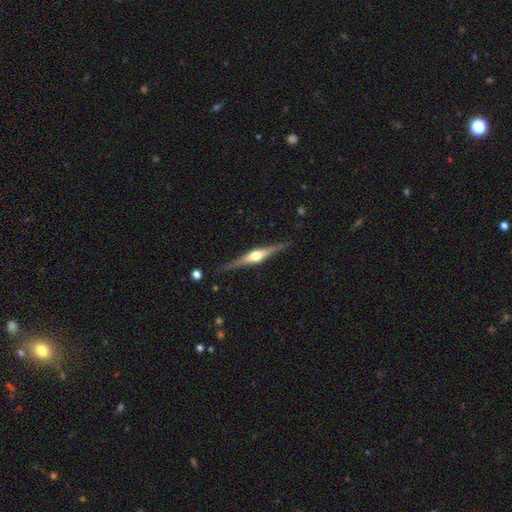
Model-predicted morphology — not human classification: smooth-or-featured: featured or disk: 80% | smooth: 15% | star or artifact: 5%
  disk-edge-on: yes: 98% | no: 2%
    edge-on-bulge: rounded: 92% | boxy: 6% | none: 2%
  merging: none: 88% | minor disturbance: 9% | major disturbance: 2% | merger: 1%